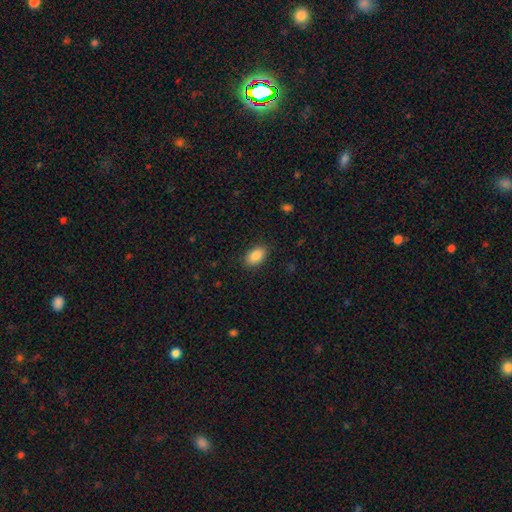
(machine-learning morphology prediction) type=smooth (88%); roundness=in between (92%); merging=none (88%).